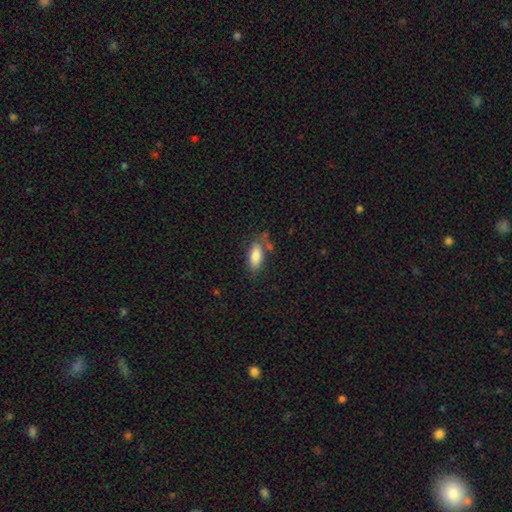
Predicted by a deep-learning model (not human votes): Smooth or featured?
  - smooth: 83% *
  - featured or disk: 10%
  - star or artifact: 7%
How rounded?
  - in between: 81% *
  - cigar-shaped: 16%
  - round: 3%
Merging?
  - none: 63% *
  - minor disturbance: 22%
  - merger: 8%
  - major disturbance: 7%